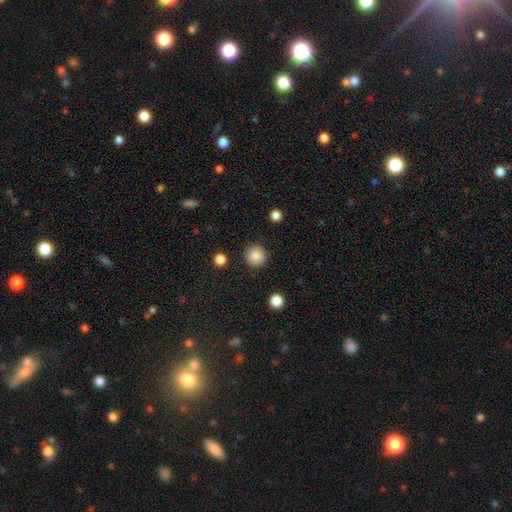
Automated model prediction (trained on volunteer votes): Smooth or featured: smooth — 88% (star or artifact — 9%)
How rounded: round — 94% (in between — 5%)
Merging: none — 91% (minor disturbance — 6%)